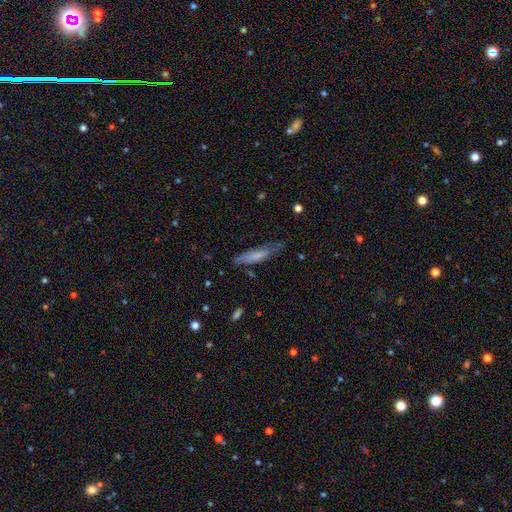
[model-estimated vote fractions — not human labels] Smooth or featured? Predicted: smooth (p=0.68). How rounded? Predicted: cigar-shaped (p=0.76). Merging? Predicted: none (p=0.60).